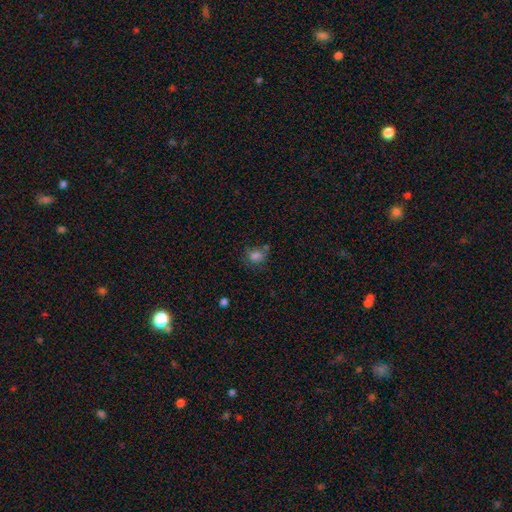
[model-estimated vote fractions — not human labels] Smooth or featured?
  - smooth: 79% *
  - star or artifact: 13%
  - featured or disk: 8%
How rounded?
  - round: 64% *
  - in between: 35%
  - cigar-shaped: 1%
Merging?
  - none: 54% *
  - minor disturbance: 22%
  - merger: 15%
  - major disturbance: 9%